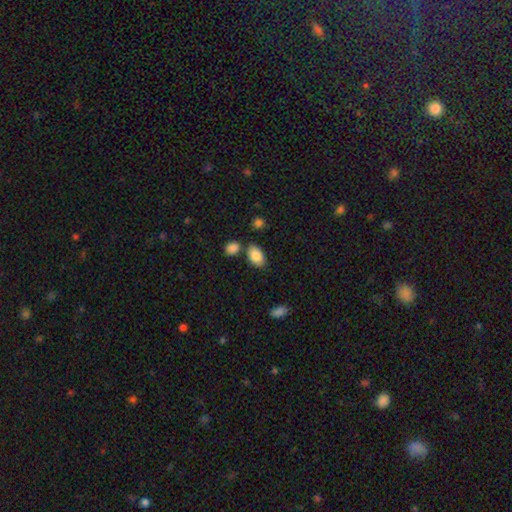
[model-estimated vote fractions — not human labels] Smooth or featured?
  - smooth: 87% *
  - star or artifact: 7%
  - featured or disk: 6%
How rounded?
  - in between: 92% *
  - round: 7%
  - cigar-shaped: 1%
Merging?
  - none: 74% *
  - minor disturbance: 13%
  - merger: 11%
  - major disturbance: 3%